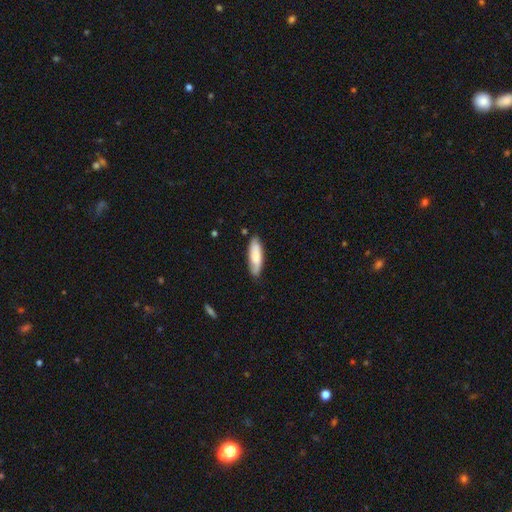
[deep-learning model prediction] A smooth galaxy with no disk features (72%) that is in between round and cigar-shaped (54%).

Vote fractions:
- Smooth or featured? smooth: 72% / featured or disk: 22% / star or artifact: 6%
- How rounded? in between: 54% / cigar-shaped: 45% / round: 2%
- Merging? none: 78% / minor disturbance: 17% / major disturbance: 3% / merger: 2%